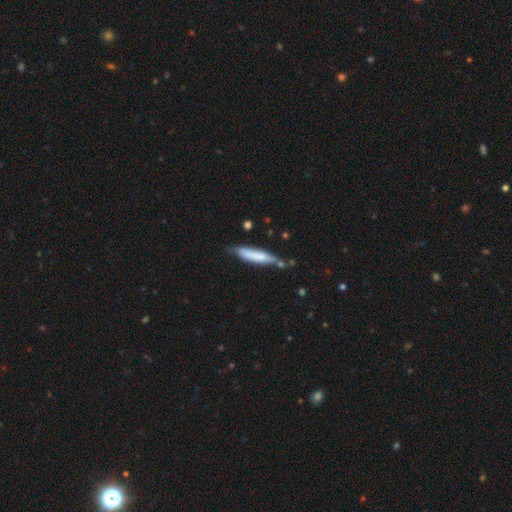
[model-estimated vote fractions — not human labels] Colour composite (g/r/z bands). It shows a smooth galaxy with no disk features (71%) that is cigar-shaped (83%). Merging: none (62%).